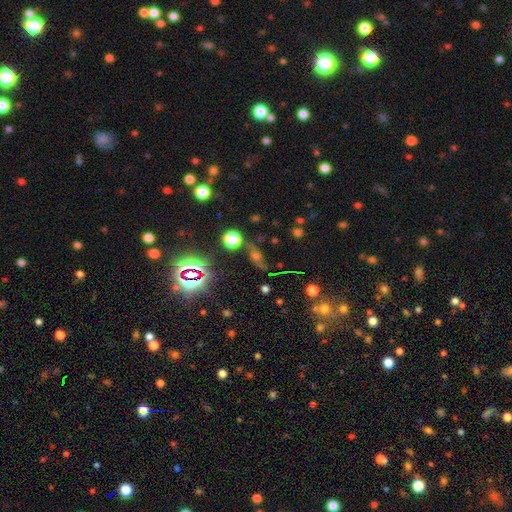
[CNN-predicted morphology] type=star or artifact (49%).